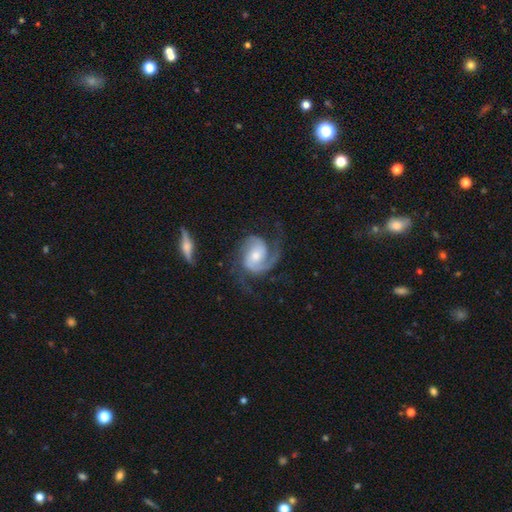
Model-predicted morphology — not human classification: Smooth or featured?
  - featured or disk: 89% *
  - smooth: 7%
  - star or artifact: 4%
Edge-on disk?
  - no: 98% *
  - yes: 2%
Bar?
  - no: 53% *
  - weak: 37%
  - strong: 10%
Spiral arms?
  - yes: 97% *
  - no: 3%
Spiral winding?
  - medium: 51% *
  - tight: 29%
  - loose: 20%
Spiral arm count?
  - 2: 75% *
  - 1: 13%
  - 3: 5%
  - can't tell: 4%
  - 4: 2%
  - more than 4: 2%
Bulge size?
  - moderate: 54% *
  - small: 31%
  - large: 10%
  - none: 4%
  - dominant: 2%
Merging?
  - none: 60% *
  - major disturbance: 20%
  - minor disturbance: 18%
  - merger: 2%